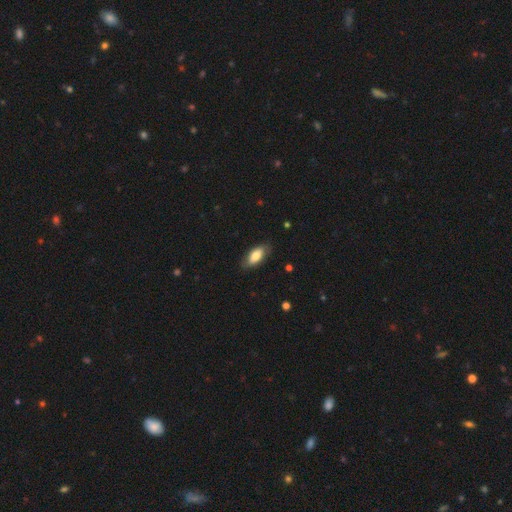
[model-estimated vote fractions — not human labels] The model was most divided on "smooth or featured": smooth: 75%, featured or disk: 19%, star or artifact: 6%. More confident: how rounded — in between (87%); merging — none (80%).